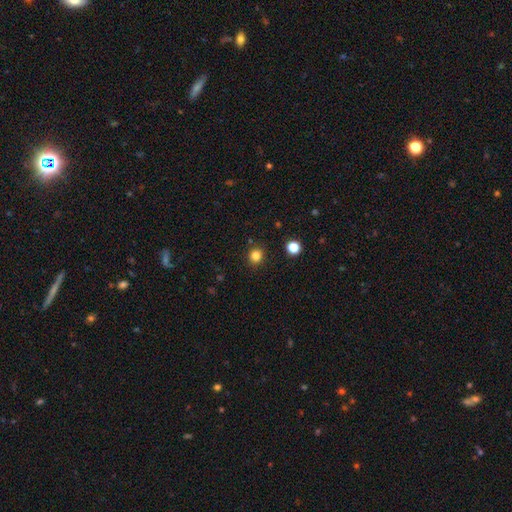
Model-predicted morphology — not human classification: smooth 82%, star or artifact 13%, featured or disk 5%. Down the decision tree: how rounded — round (81%); merging — none (89%).